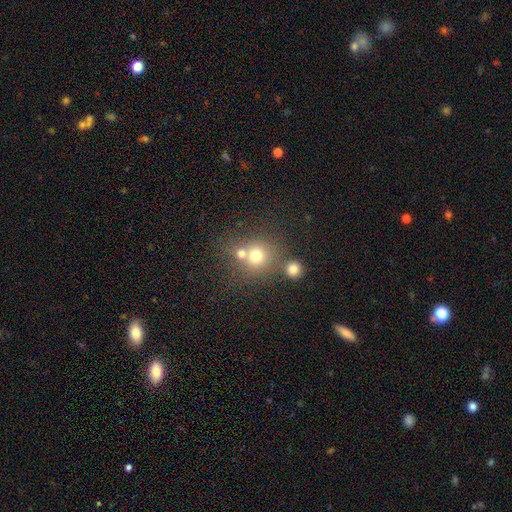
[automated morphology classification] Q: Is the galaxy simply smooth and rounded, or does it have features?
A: smooth — 71%.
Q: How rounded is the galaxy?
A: round — 86%.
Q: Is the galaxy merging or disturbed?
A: none — 49%.